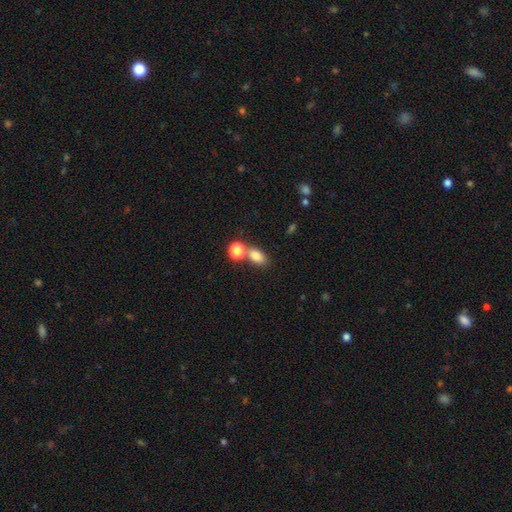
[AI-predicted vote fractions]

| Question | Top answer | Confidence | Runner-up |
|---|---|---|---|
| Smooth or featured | smooth | 81% | star or artifact (12%) |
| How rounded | in between | 78% | round (20%) |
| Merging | none | 55% | merger (31%) |